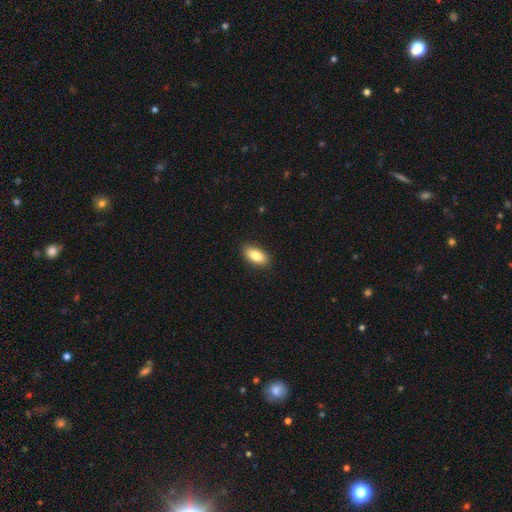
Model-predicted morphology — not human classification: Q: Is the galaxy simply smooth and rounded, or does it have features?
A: smooth — 83%.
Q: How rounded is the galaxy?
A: in between — 90%.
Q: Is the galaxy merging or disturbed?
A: none — 89%.